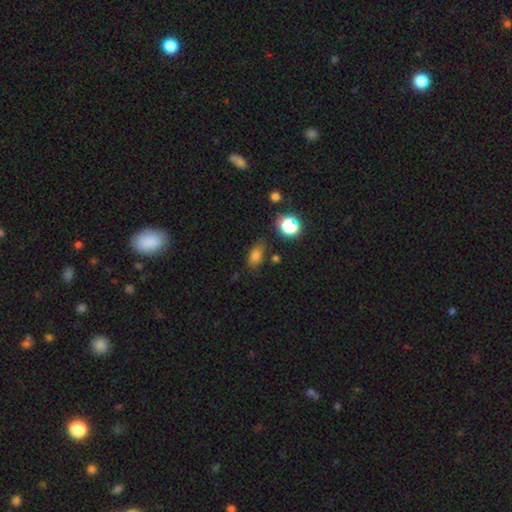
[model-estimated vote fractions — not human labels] Smooth or featured?
  - smooth: 77% *
  - star or artifact: 15%
  - featured or disk: 8%
How rounded?
  - in between: 81% *
  - round: 12%
  - cigar-shaped: 7%
Merging?
  - none: 73% *
  - minor disturbance: 18%
  - major disturbance: 5%
  - merger: 4%